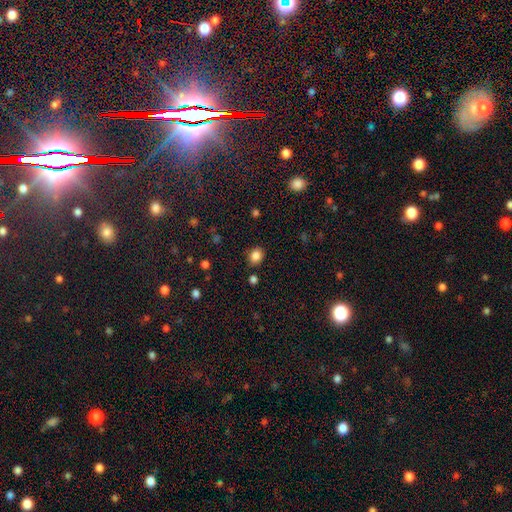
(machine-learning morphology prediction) This is clearly a smooth galaxy (85%). How rounded: possibly in between (52%). Merging: clearly none (85%).